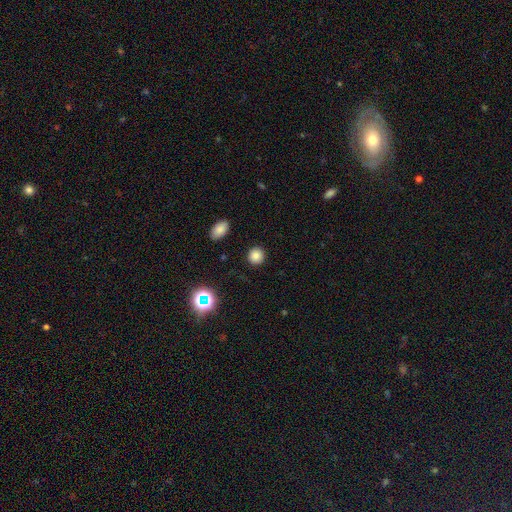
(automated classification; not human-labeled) This is clearly a smooth galaxy (83%). How rounded: clearly round (90%). Merging: clearly none (90%).